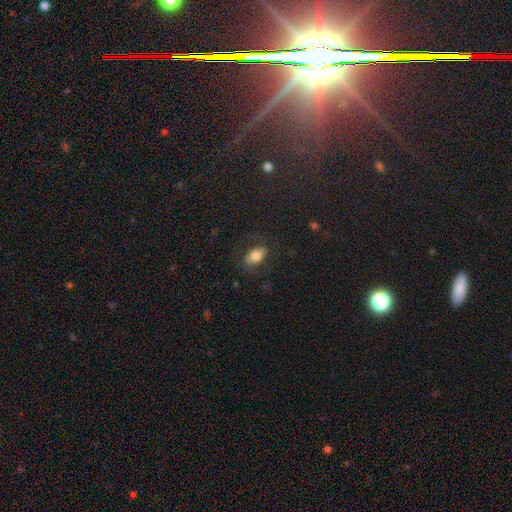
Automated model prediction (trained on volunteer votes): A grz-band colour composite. It shows a smooth galaxy with no disk features (71%) that is in between round and cigar-shaped (88%). Merging: none (76%).